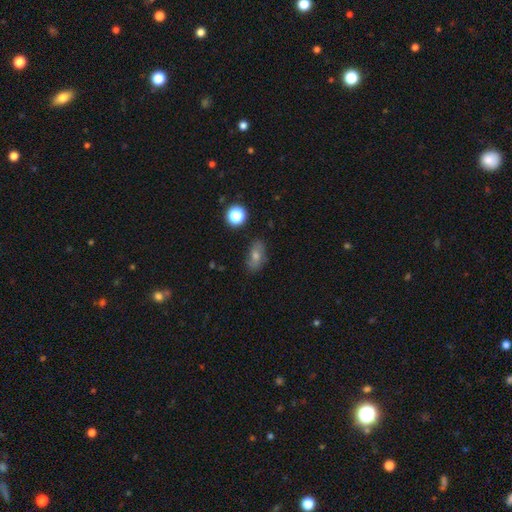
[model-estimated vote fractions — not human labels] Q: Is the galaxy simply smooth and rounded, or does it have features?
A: smooth — 53%.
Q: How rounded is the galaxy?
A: in between — 79%.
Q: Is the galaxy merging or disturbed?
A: none — 79%.